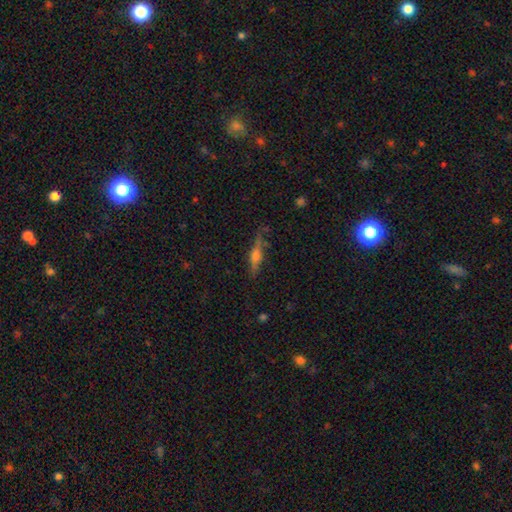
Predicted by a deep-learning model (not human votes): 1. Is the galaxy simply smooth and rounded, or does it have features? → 58% featured or disk, 32% smooth, 9% star or artifact.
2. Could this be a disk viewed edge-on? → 94% yes, 6% no.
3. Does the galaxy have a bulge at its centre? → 82% rounded, 12% boxy, 6% none.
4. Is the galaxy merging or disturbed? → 78% none, 16% minor disturbance, 4% major disturbance, 2% merger.